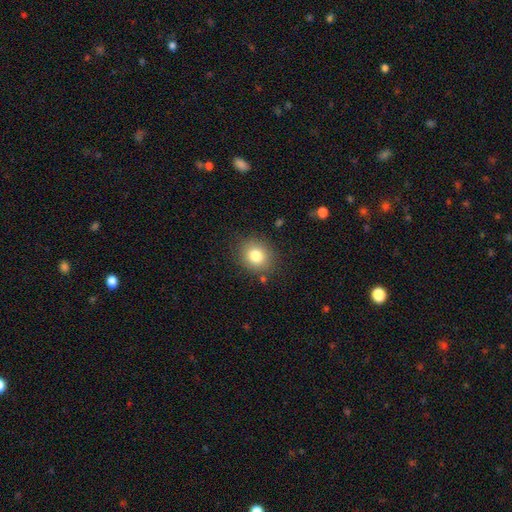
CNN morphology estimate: Q: Smooth or featured?
A: smooth (81%); runner-up: star or artifact (10%)
Q: How rounded?
A: round (73%); runner-up: in between (26%)
Q: Merging?
A: none (85%); runner-up: minor disturbance (10%)